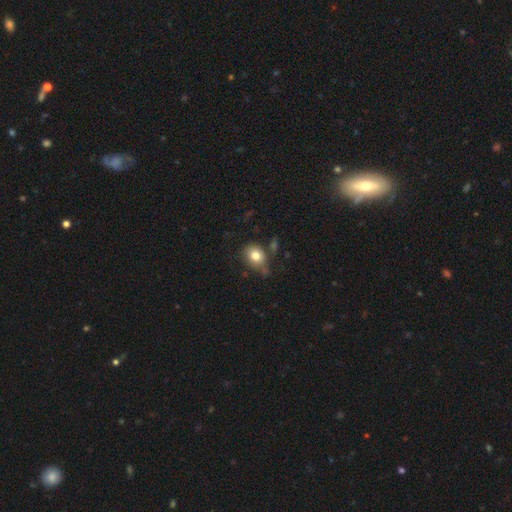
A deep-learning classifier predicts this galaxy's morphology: The model was most divided on "how rounded": round: 50%, in between: 49%, cigar-shaped: 1%. More confident: smooth or featured — smooth (81%); merging — none (67%).